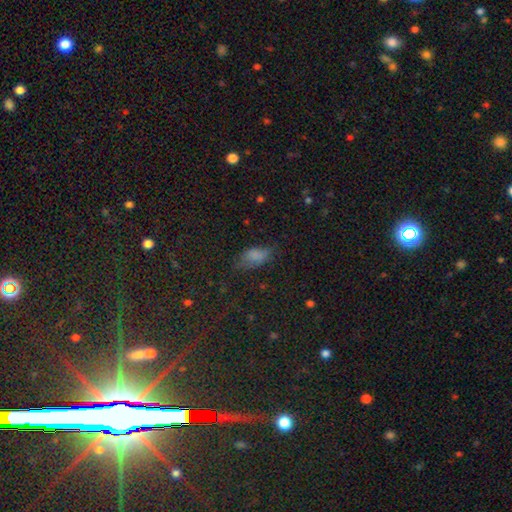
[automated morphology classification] This appears to be a smooth galaxy with no disk features (69%) that is in between round and cigar-shaped (89%). Merging: none (50%).